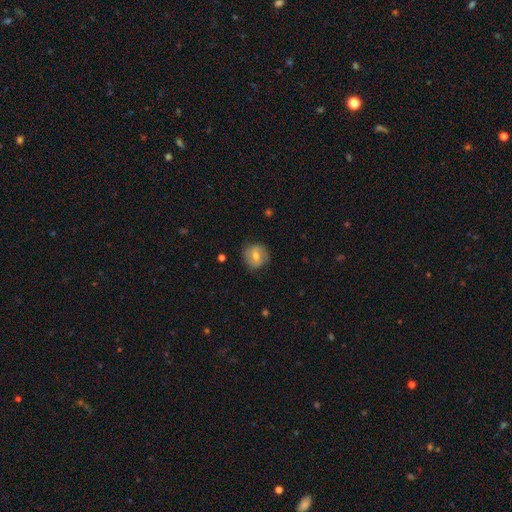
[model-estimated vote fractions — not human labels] A smooth galaxy with no disk features (57%) that is round (87%).

Vote fractions:
- Smooth or featured? smooth: 57% / featured or disk: 34% / star or artifact: 9%
- How rounded? round: 87% / in between: 12% / cigar-shaped: 1%
- Merging? none: 83% / minor disturbance: 13% / major disturbance: 3% / merger: 1%